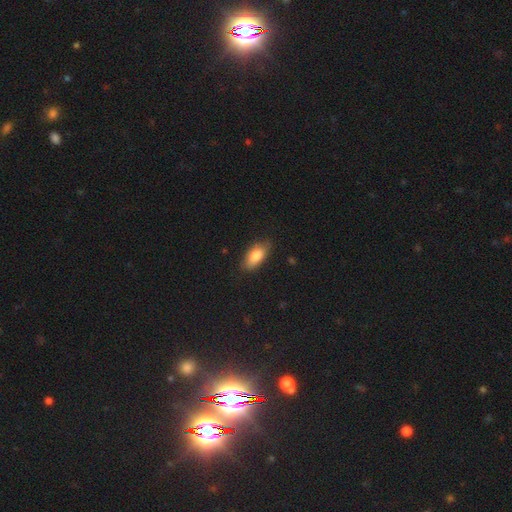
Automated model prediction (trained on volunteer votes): Q: Smooth or featured?
A: smooth (82%); runner-up: featured or disk (11%)
Q: How rounded?
A: in between (87%); runner-up: cigar-shaped (10%)
Q: Merging?
A: none (80%); runner-up: minor disturbance (16%)